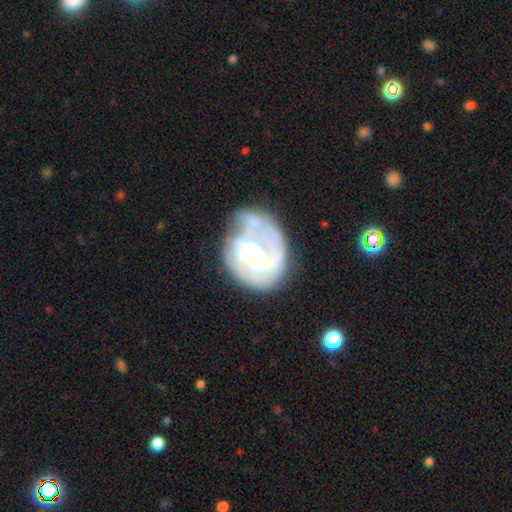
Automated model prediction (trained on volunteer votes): Morphology: type=featured or disk (81%); edge-on=no (98%); bar=weak (53%); spiral arms=yes (90%); winding=medium (42%); arm count=2 (60%); bulge=moderate (44%); merging=none (51%).